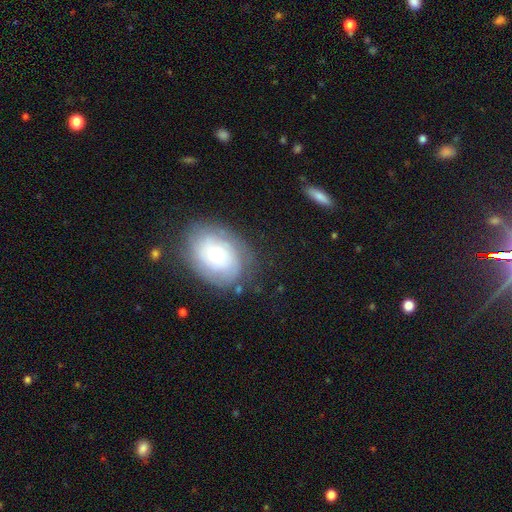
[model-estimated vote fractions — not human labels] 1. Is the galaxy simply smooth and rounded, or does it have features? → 59% featured or disk, 29% smooth, 13% star or artifact.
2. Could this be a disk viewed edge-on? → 96% no, 4% yes.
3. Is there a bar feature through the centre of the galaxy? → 77% no, 19% weak, 4% strong.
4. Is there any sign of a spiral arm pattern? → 85% yes, 15% no.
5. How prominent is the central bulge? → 44% moderate (tied), 44% small (tied), 8% large, 2% dominant, 2% none.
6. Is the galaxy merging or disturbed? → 77% none, 15% minor disturbance, 6% major disturbance, 2% merger.